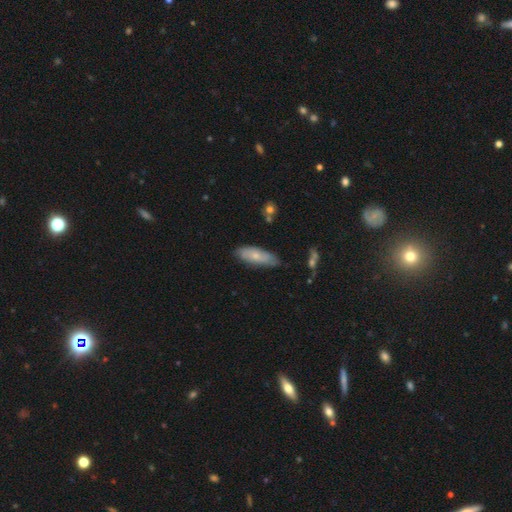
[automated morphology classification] Q: Smooth or featured?
A: smooth (62%); runner-up: featured or disk (32%)
Q: How rounded?
A: in between (61%); runner-up: cigar-shaped (37%)
Q: Merging?
A: none (75%); runner-up: minor disturbance (20%)